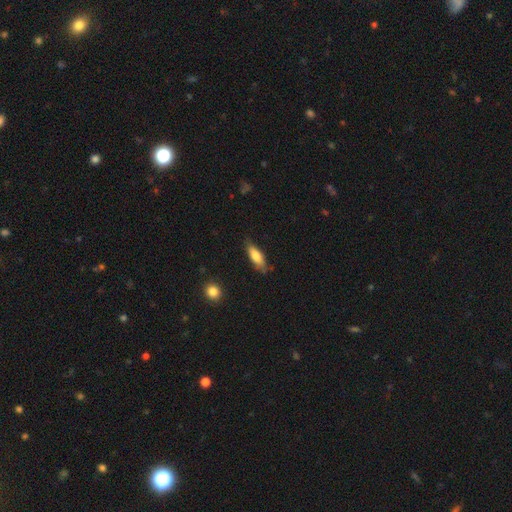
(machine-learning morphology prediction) The model was most divided on "how rounded": in between: 63%, cigar-shaped: 35%, round: 2%. More confident: smooth or featured — smooth (77%); merging — none (72%).